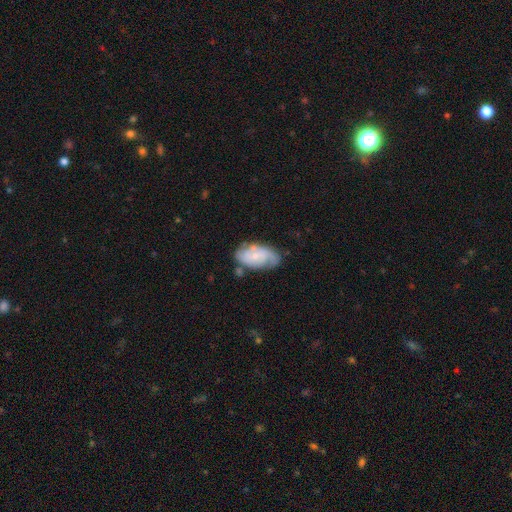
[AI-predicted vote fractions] A featured or disk galaxy (60%) with no bar (64%), spiral arms (85%) and a small central bulge (66%). Merging: none (58%).